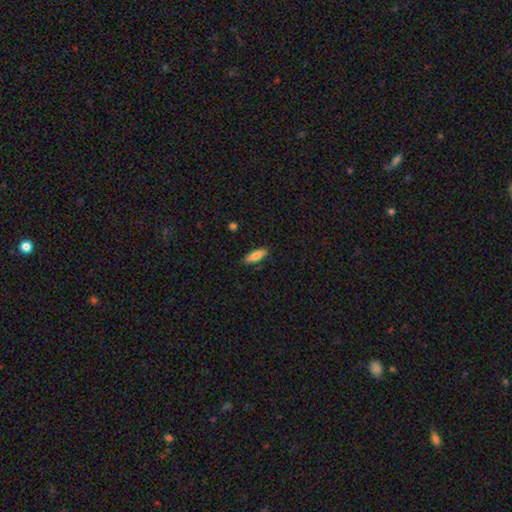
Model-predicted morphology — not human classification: Smooth or featured? Predicted: smooth (p=0.81). How rounded? Predicted: in between (p=0.49, tied with cigar-shaped). Merging? Predicted: none (p=0.85).